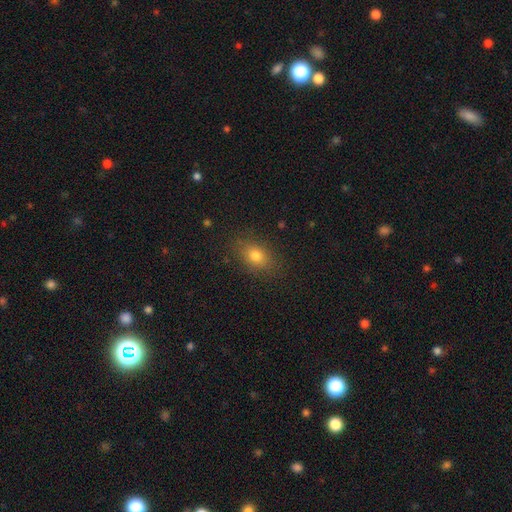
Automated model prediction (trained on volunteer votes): Smooth or featured? Predicted: smooth (p=0.78). How rounded? Predicted: in between (p=0.74). Merging? Predicted: none (p=0.84).